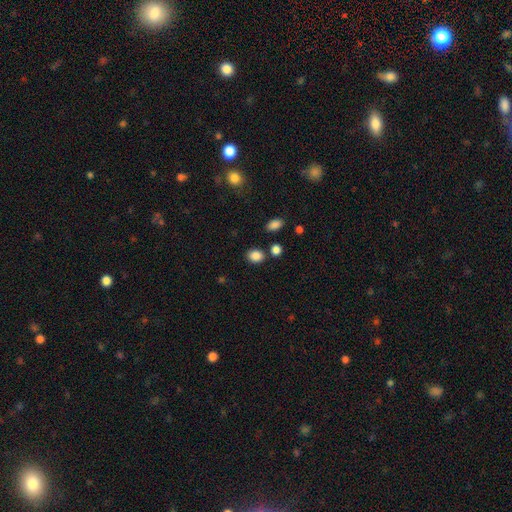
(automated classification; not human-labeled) This is clearly a smooth galaxy (86%). How rounded: possibly in between (50%). Merging: likely none (79%).